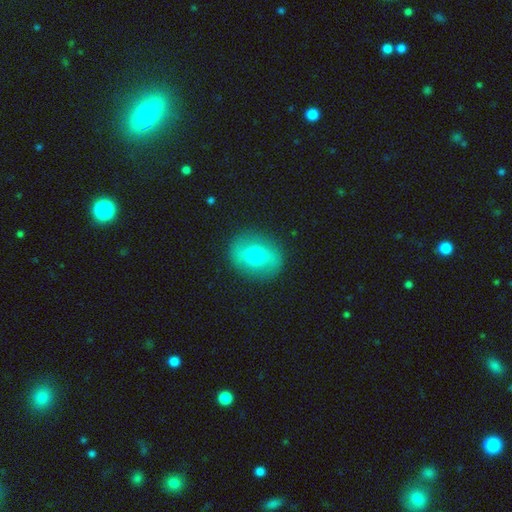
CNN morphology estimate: Q: Smooth or featured?
A: smooth (58%); runner-up: featured or disk (34%)
Q: How rounded?
A: round (61%); runner-up: in between (37%)
Q: Merging?
A: none (88%); runner-up: minor disturbance (9%)